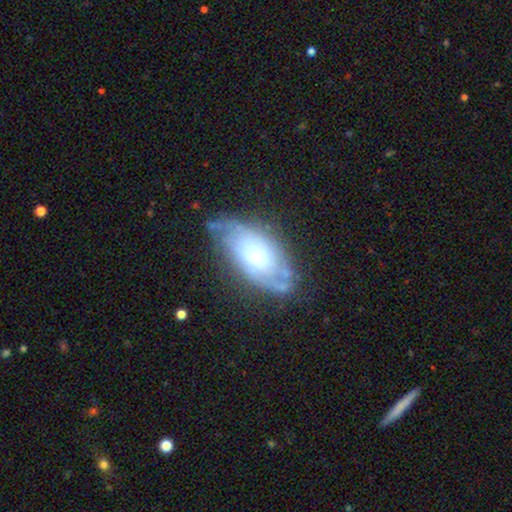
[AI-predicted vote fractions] A featured or disk galaxy (68%) with no bar (75%), spiral arms (78%) and a moderate central bulge (63%).

Vote fractions:
- Smooth or featured? featured or disk: 68% / smooth: 26% / star or artifact: 7%
- Edge-on disk? no: 89% / yes: 11%
- Bar? no: 75% / weak: 20% / strong: 4%
- Spiral arms? yes: 78% / no: 22%
- Bulge size? moderate: 63% / small: 21% / large: 13% / dominant: 1% / none: 1%
- Merging? none: 65% / minor disturbance: 24% / major disturbance: 9% / merger: 3%